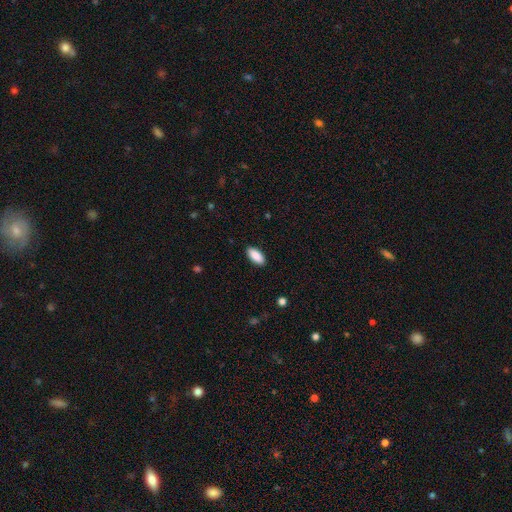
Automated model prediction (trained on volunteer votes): A smooth galaxy with no disk features (90%) that is in between round and cigar-shaped (88%).

Vote fractions:
- Smooth or featured? smooth: 90% / star or artifact: 6% / featured or disk: 4%
- How rounded? in between: 88% / cigar-shaped: 10% / round: 2%
- Merging? none: 90% / minor disturbance: 8% / major disturbance: 2% / merger: 1%